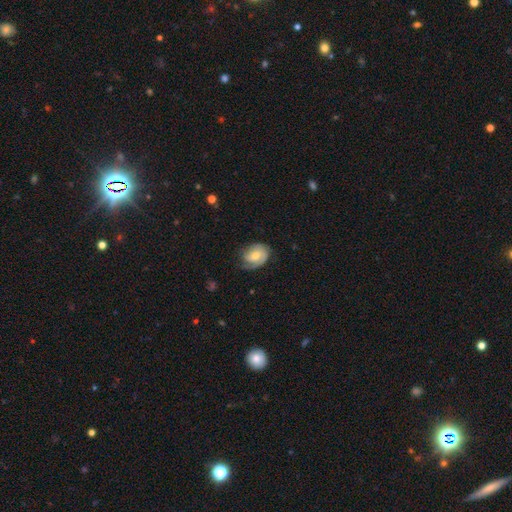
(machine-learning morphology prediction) This appears to be a featured or disk galaxy (62%) with no bar (56%), 2 (40%) tight (51%) spiral arms (89%) and a moderate central bulge (58%). Merging: none (62%).